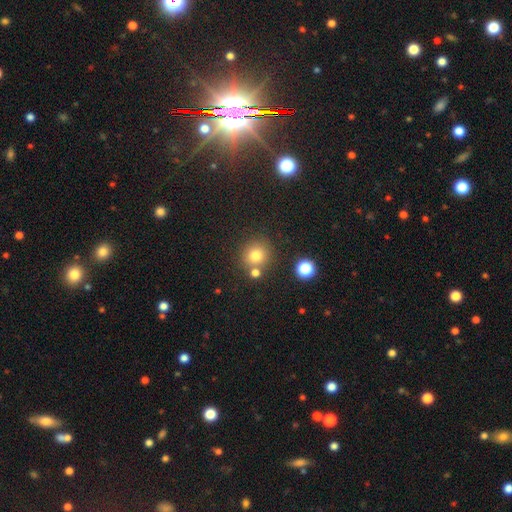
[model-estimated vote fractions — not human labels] This is likely a smooth galaxy (77%). How rounded: clearly round (91%). Merging: likely none (73%).